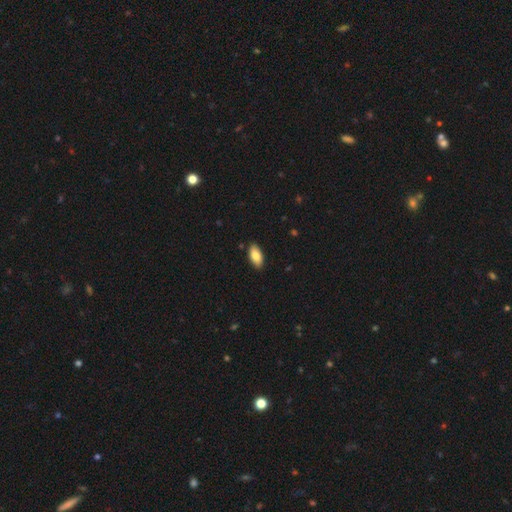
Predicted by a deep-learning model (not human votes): The model was most divided on "smooth or featured": smooth: 86%, featured or disk: 8%, star or artifact: 6%. More confident: how rounded — in between (93%); merging — none (88%).